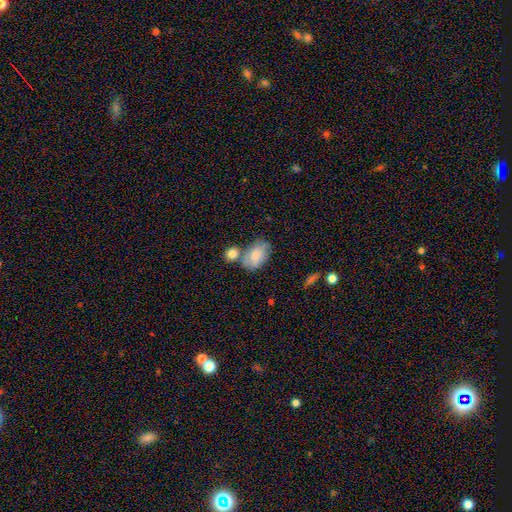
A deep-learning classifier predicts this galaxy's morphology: This is likely a smooth galaxy (73%). How rounded: clearly in between (87%). Merging: marginally none (42%).